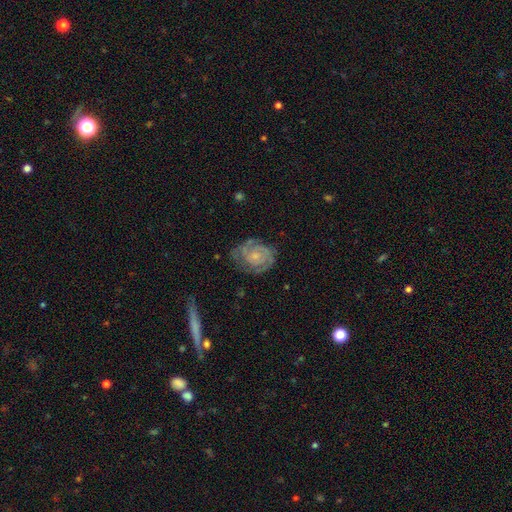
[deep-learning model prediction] This appears to be a featured or disk galaxy (73%) with no bar (74%), 2 (52%) tight (61%) spiral arms (89%) and a small central bulge (59%). Merging: none (65%).